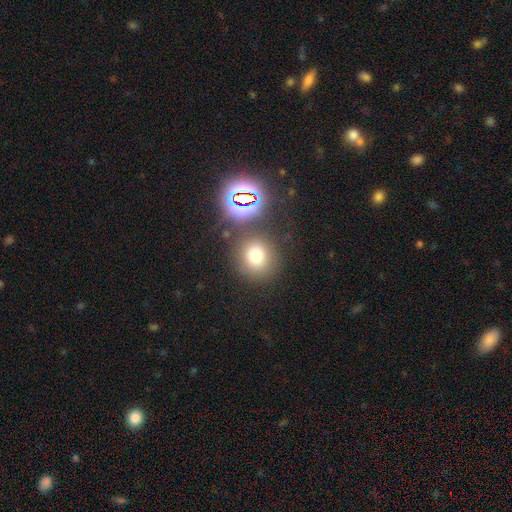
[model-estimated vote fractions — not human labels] A smooth galaxy with no disk features (70%) that is round (85%). Merging: none (77%).